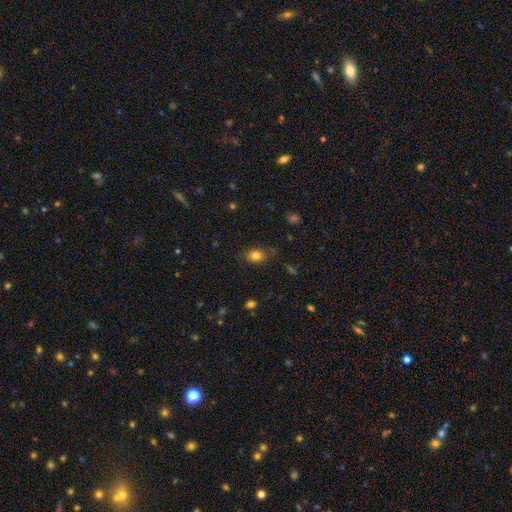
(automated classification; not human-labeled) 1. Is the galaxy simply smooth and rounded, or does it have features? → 81% smooth, 11% star or artifact, 8% featured or disk.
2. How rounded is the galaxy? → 64% in between, 35% round, 1% cigar-shaped.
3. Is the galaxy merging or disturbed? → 79% none, 15% minor disturbance, 4% major disturbance, 2% merger.